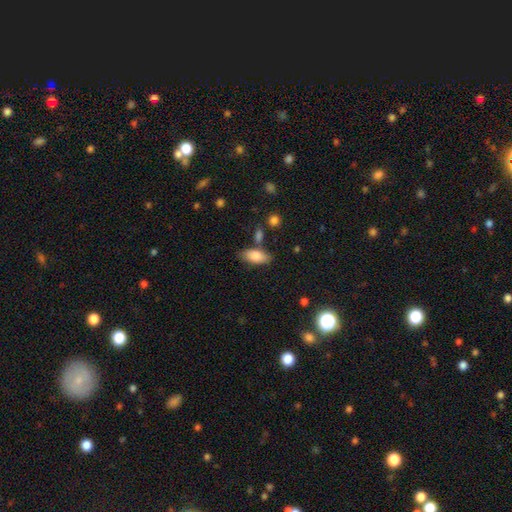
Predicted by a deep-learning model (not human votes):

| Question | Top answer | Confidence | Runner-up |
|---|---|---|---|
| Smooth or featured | smooth | 84% | featured or disk (9%) |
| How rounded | in between | 88% | cigar-shaped (10%) |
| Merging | none | 73% | minor disturbance (15%) |